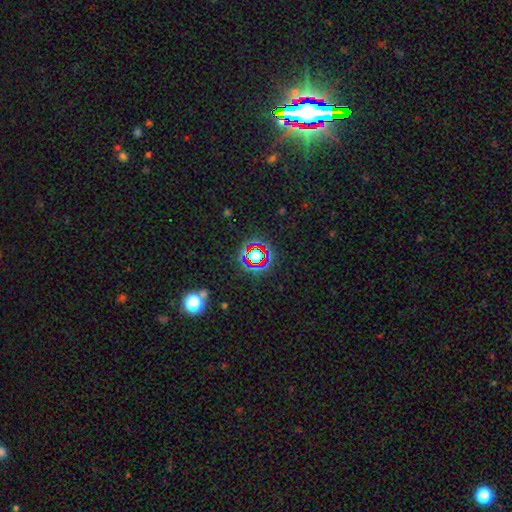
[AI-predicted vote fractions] Q: Smooth or featured?
A: star or artifact (72%); runner-up: smooth (18%)